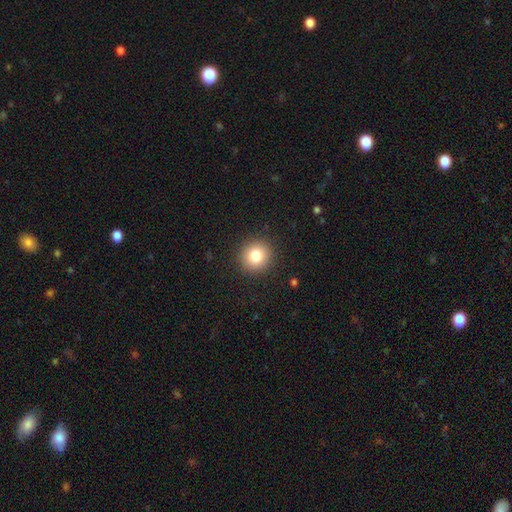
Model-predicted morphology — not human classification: smooth_or_featured: smooth (p=0.81) [alt: star or artifact p=0.11]
how_rounded: round (p=0.92) [alt: in between p=0.07]
merging: none (p=0.91) [alt: minor disturbance p=0.06]